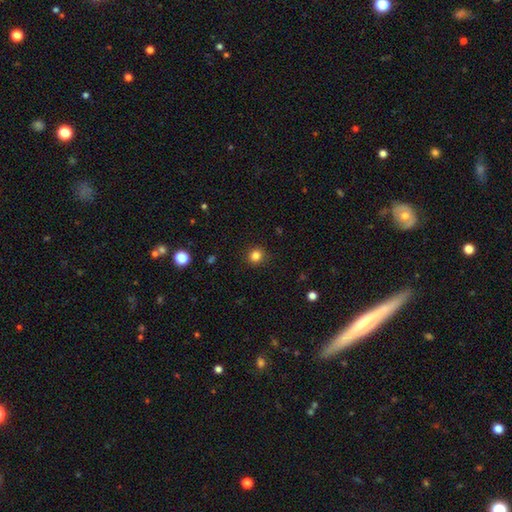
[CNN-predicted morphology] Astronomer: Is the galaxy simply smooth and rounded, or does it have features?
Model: smooth — 83%.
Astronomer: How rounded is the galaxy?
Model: round — 88%.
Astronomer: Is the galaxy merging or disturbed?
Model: none — 90%.